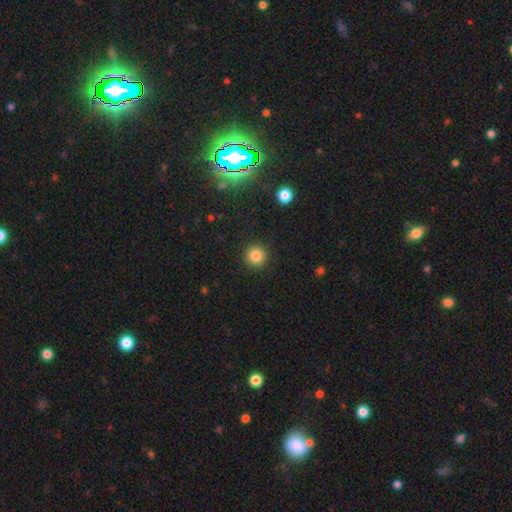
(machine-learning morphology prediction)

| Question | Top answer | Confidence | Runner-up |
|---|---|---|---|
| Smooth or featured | smooth | 84% | star or artifact (11%) |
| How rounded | round | 95% | in between (4%) |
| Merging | none | 92% | minor disturbance (5%) |